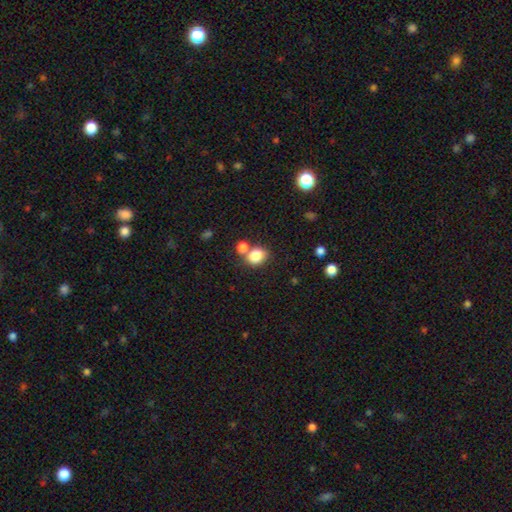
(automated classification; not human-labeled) Overall: smooth (83%). How rounded: round (58%; in between 41%). Merging: none (60%; merger 26%).